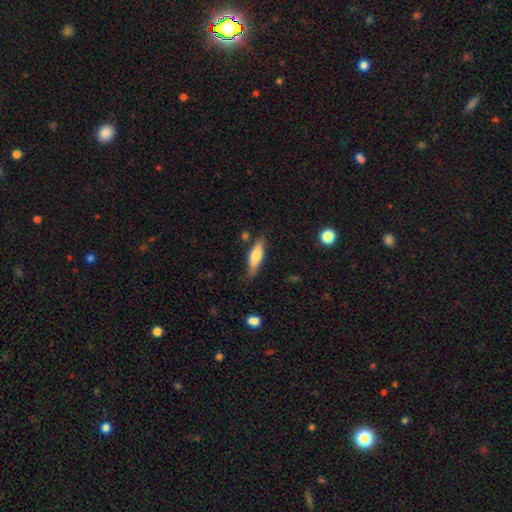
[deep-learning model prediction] Overall: smooth (65%; featured or disk 29%). How rounded: cigar-shaped (58%; in between 40%). Merging: none (80%).